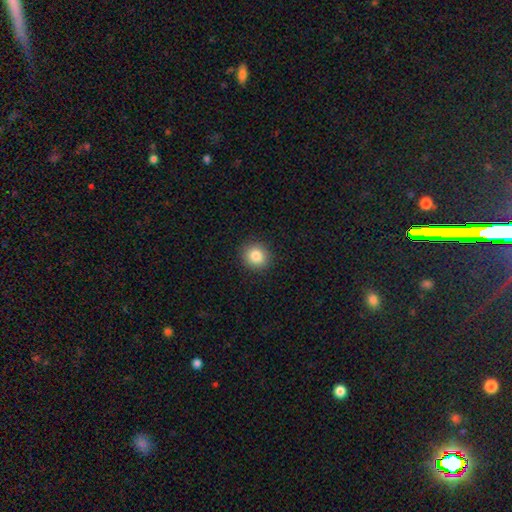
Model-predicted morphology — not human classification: smooth-or-featured: smooth: 84% | star or artifact: 10% | featured or disk: 6%
  how-rounded: round: 84% | in between: 15% | cigar-shaped: 1%
  merging: none: 90% | minor disturbance: 7% | major disturbance: 2% | merger: 1%